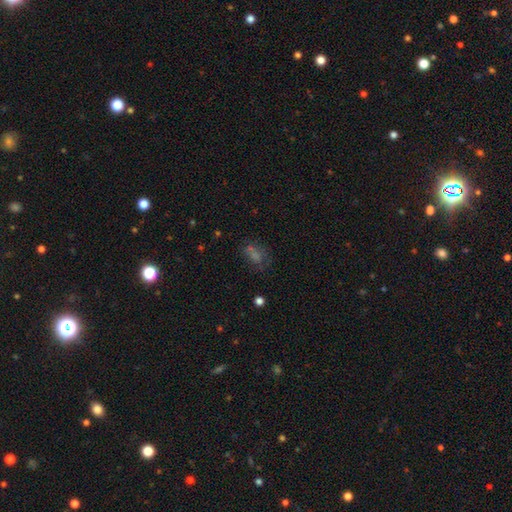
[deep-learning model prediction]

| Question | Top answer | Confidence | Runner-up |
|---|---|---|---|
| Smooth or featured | smooth | 48% | star or artifact (30%) |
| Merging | none | 56% | minor disturbance (20%) |